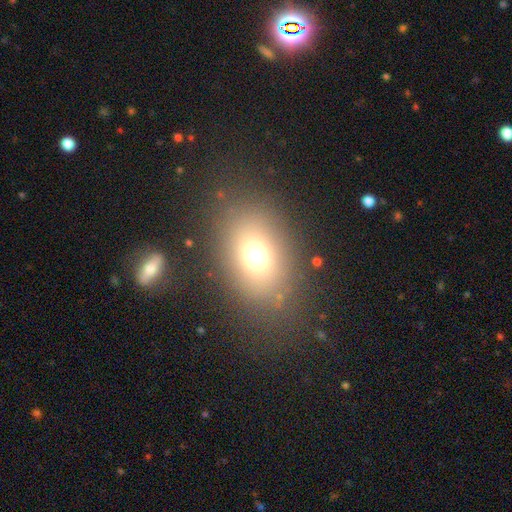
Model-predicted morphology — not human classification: A smooth galaxy with no disk features (68%) that is in between round and cigar-shaped (65%). Merging: none (81%).